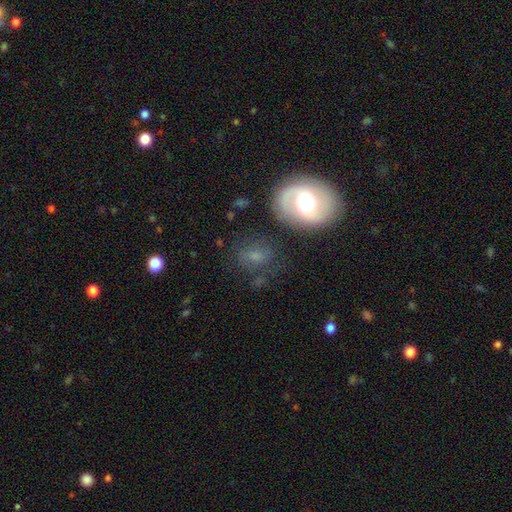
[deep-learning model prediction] Smooth or featured? featured or disk (44%)
Merging? none (66%)